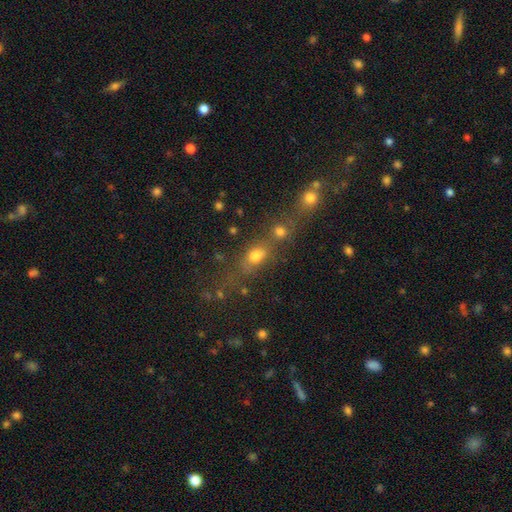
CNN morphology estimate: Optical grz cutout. It shows a smooth galaxy with no disk features (66%) that is in between round and cigar-shaped (51%). Merging: merger (42%).